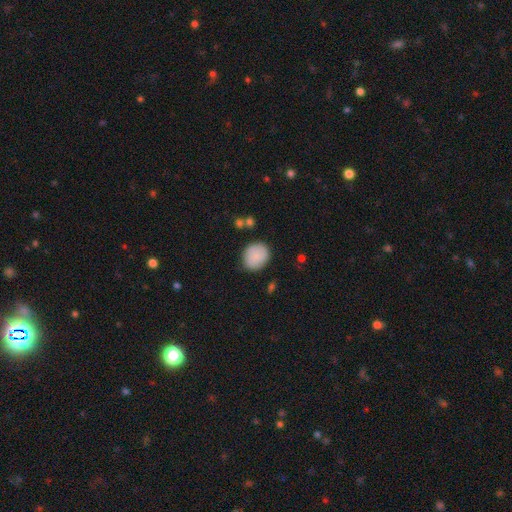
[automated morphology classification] type=smooth (85%); roundness=round (68%); merging=none (81%).